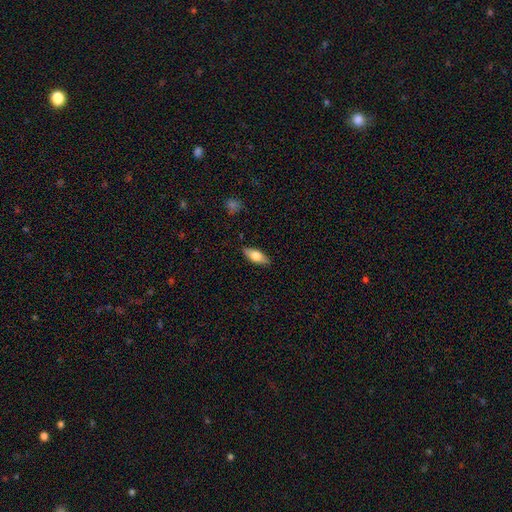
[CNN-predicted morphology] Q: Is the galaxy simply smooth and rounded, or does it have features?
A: smooth — 70%.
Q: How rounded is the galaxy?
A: in between — 78%.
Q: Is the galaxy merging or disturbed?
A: none — 86%.